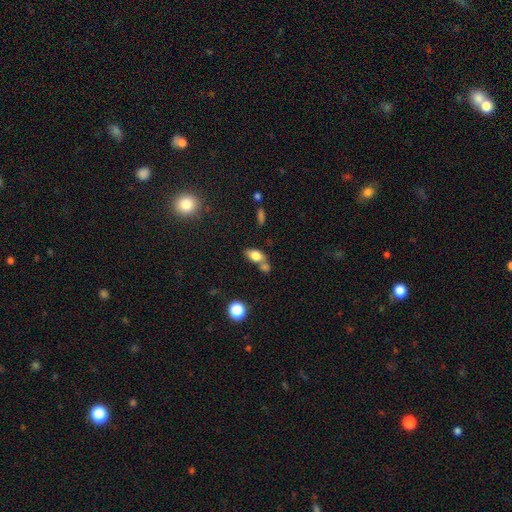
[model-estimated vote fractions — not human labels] The model was most divided on "merging": none: 42%, merger: 38%, minor disturbance: 14%, major disturbance: 6%. More confident: how rounded — in between (83%); smooth or featured — smooth (77%).